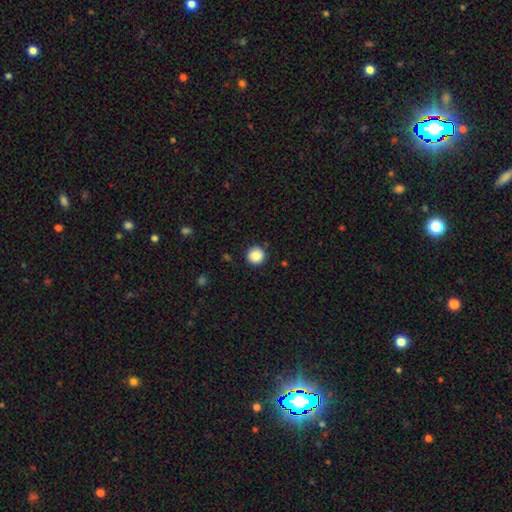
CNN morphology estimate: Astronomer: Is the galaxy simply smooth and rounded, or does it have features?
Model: smooth — 87%.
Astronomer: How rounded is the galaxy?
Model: round — 95%.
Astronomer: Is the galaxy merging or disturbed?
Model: none — 89%.